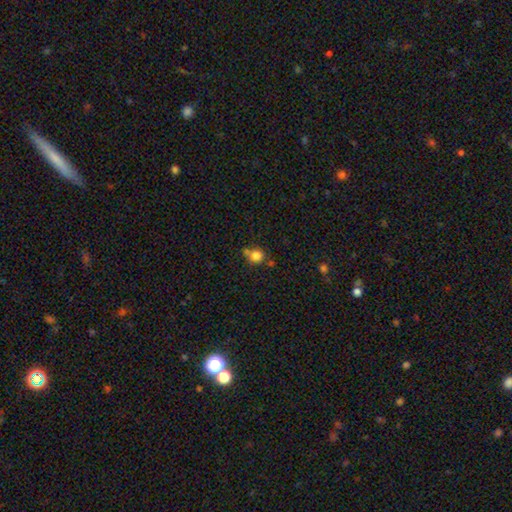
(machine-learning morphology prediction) A smooth galaxy with no disk features (81%) that is round (88%).

Vote fractions:
- Smooth or featured? smooth: 81% / star or artifact: 12% / featured or disk: 7%
- How rounded? round: 88% / in between: 11% / cigar-shaped: 1%
- Merging? none: 60% / merger: 22% / minor disturbance: 13% / major disturbance: 5%